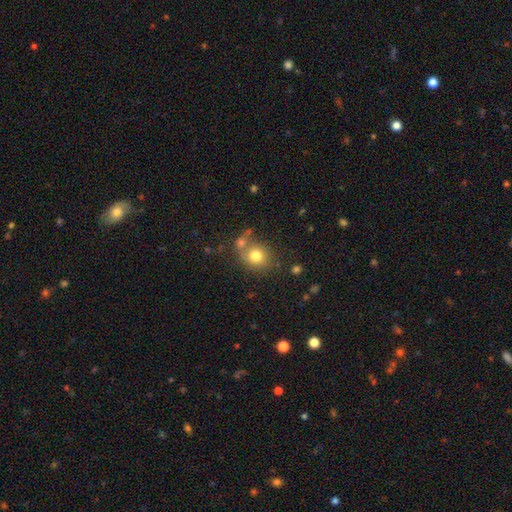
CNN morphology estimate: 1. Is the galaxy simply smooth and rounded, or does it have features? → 77% smooth, 12% featured or disk, 11% star or artifact.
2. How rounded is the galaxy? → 78% round, 21% in between, 1% cigar-shaped.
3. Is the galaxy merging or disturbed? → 53% none, 27% merger, 13% minor disturbance, 6% major disturbance.